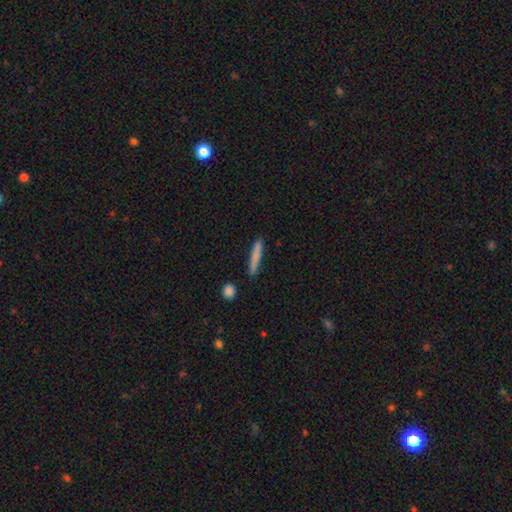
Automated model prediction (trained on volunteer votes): Overall: smooth (78%). How rounded: cigar-shaped (93%). Merging: none (85%).